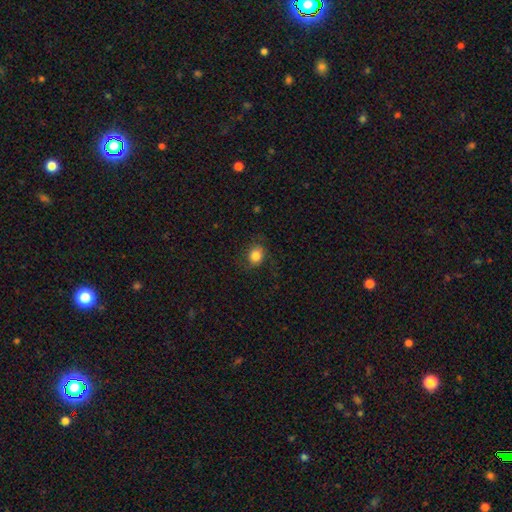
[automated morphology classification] Overall: smooth (83%). How rounded: round (64%; in between 35%). Merging: none (80%).